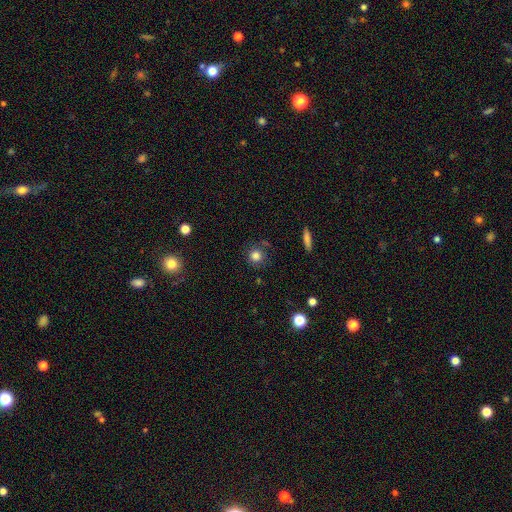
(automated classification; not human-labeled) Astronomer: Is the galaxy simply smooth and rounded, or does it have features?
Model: smooth — 81%.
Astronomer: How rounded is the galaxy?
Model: round — 90%.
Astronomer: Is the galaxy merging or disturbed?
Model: none — 79%.